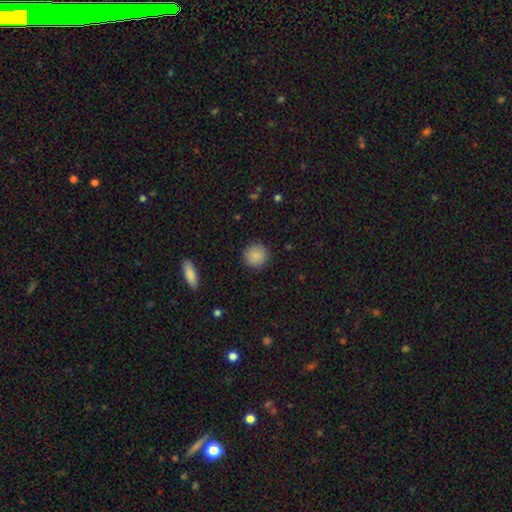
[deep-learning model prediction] smooth-or-featured: smooth: 87% | star or artifact: 8% | featured or disk: 4%
  how-rounded: round: 92% | in between: 7% | cigar-shaped: 1%
  merging: none: 90% | minor disturbance: 7% | major disturbance: 2% | merger: 1%